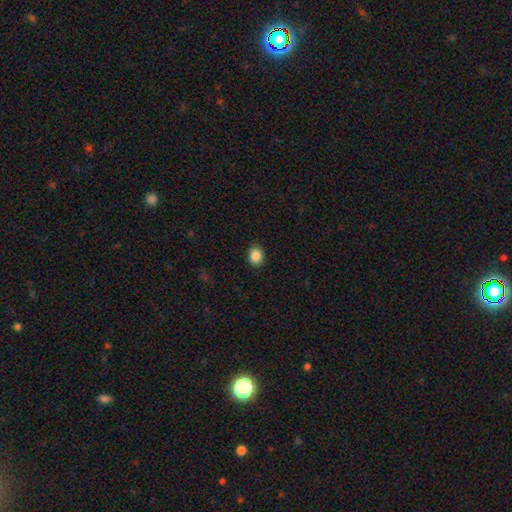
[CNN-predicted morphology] smooth-or-featured: smooth: 88% | star or artifact: 9% | featured or disk: 3%
  how-rounded: in between: 52% | round: 47% | cigar-shaped: 1%
  merging: none: 89% | minor disturbance: 8% | major disturbance: 2% | merger: 1%